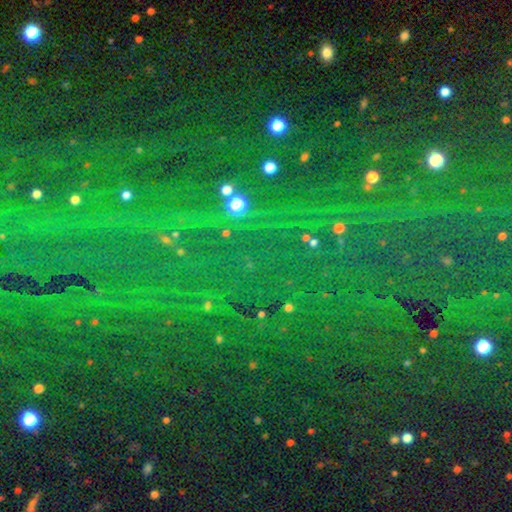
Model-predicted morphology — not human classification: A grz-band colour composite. It shows a star or artifact, not a galaxy (84%).